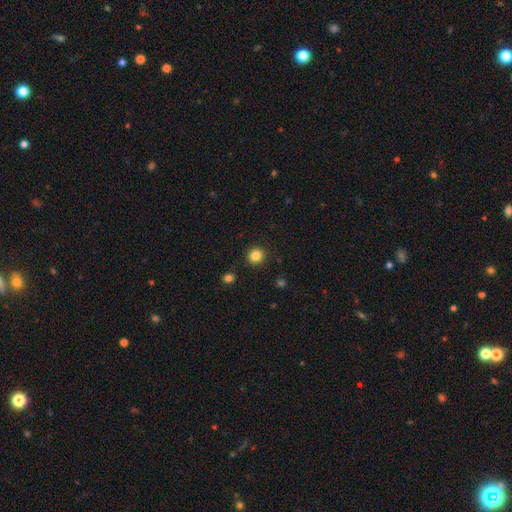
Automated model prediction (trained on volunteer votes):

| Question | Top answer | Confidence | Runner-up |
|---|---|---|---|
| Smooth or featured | smooth | 84% | star or artifact (11%) |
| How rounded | round | 92% | in between (7%) |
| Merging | none | 92% | minor disturbance (5%) |